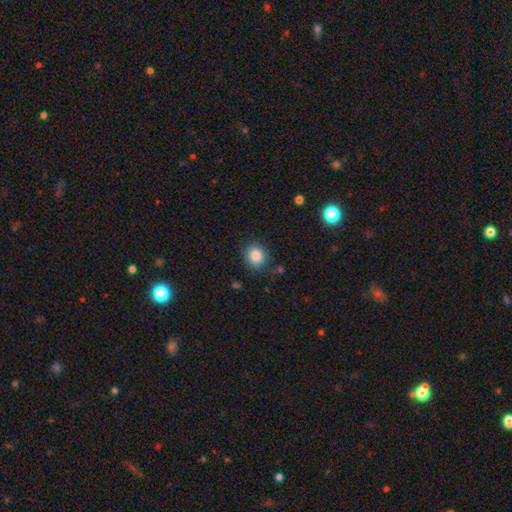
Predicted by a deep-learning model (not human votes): Morphology: type=smooth (85%); roundness=round (84%); merging=none (85%).